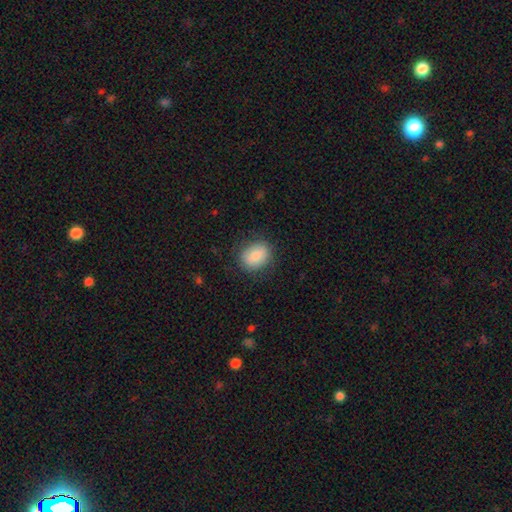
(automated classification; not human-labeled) Smooth or featured?
  - smooth: 83% *
  - featured or disk: 9%
  - star or artifact: 7%
How rounded?
  - in between: 50% *
  - round: 49%
  - cigar-shaped: 1%
Merging?
  - none: 82% *
  - minor disturbance: 13%
  - major disturbance: 4%
  - merger: 1%